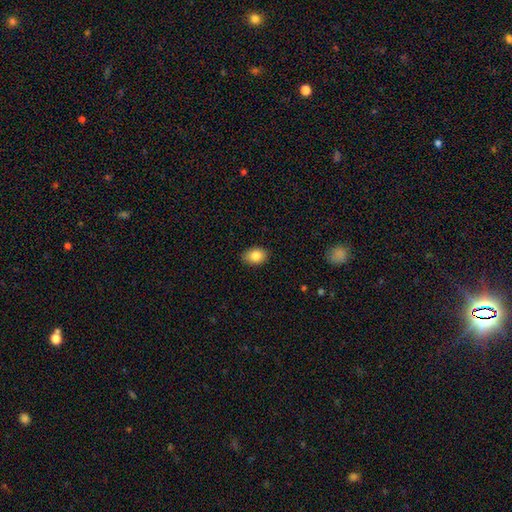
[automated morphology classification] Overall: smooth (84%). How rounded: in between (79%). Merging: none (88%).